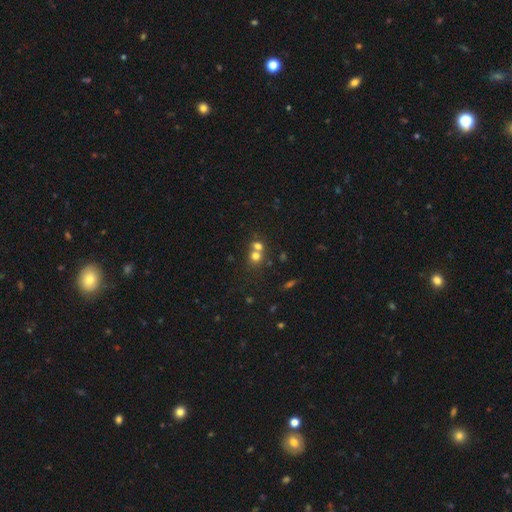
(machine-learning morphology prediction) The model was most divided on "merging": merger: 53%, none: 38%, minor disturbance: 6%, major disturbance: 3%. More confident: how rounded — round (76%); smooth or featured — smooth (69%).